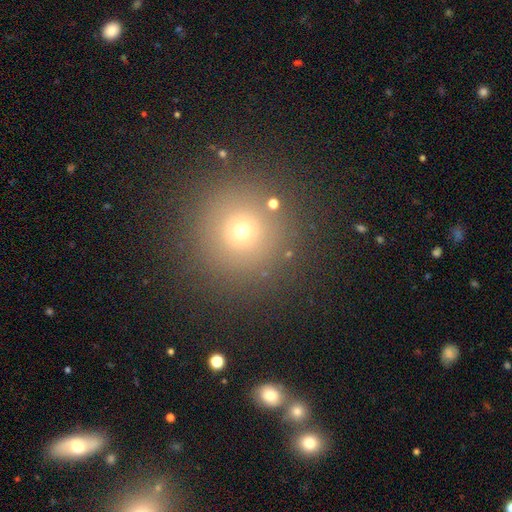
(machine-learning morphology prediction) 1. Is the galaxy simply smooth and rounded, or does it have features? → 63% smooth, 27% star or artifact, 10% featured or disk.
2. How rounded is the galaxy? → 95% round, 4% in between, 1% cigar-shaped.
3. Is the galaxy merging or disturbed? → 88% none, 6% minor disturbance, 3% major disturbance, 3% merger.